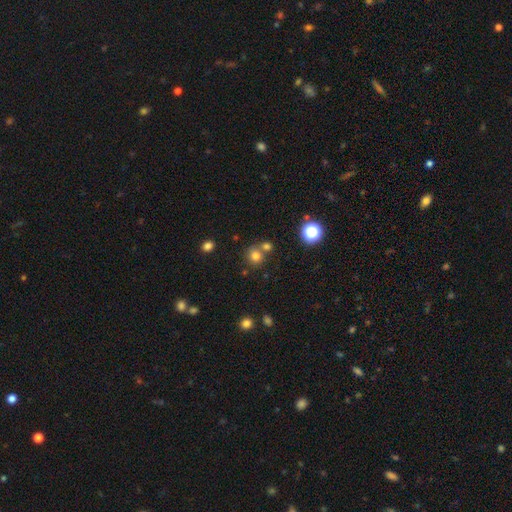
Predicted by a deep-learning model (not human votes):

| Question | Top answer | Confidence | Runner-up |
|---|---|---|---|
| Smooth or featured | smooth | 76% | star or artifact (17%) |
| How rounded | round | 85% | in between (14%) |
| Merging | none | 59% | merger (29%) |